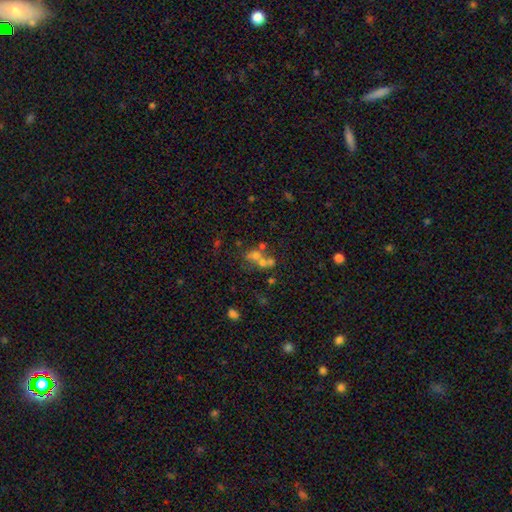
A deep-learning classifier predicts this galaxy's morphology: Overall: star or artifact (48%; smooth 32%).